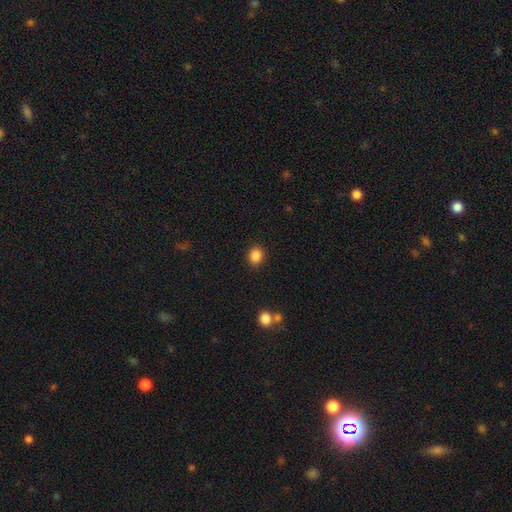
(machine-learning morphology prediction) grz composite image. It shows a smooth galaxy with no disk features (87%) that is round (68%). Merging: none (89%).